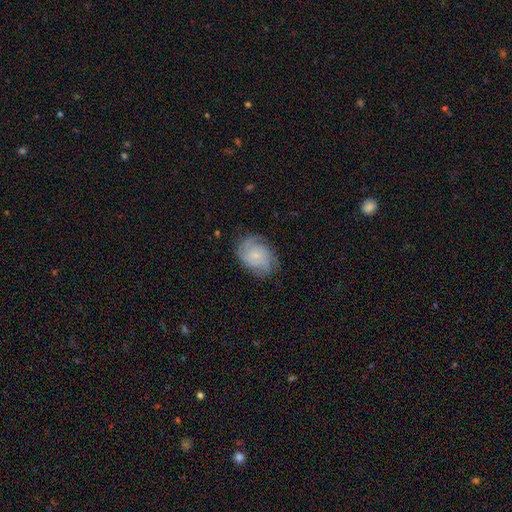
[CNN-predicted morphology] This is possibly a featured or disk galaxy (56%). It is clearly not viewed edge-on (97%). Bar: likely no (78%). Spiral arm pattern: clearly yes (88%). Central bulge: likely small (71%). Merging: likely none (71%).